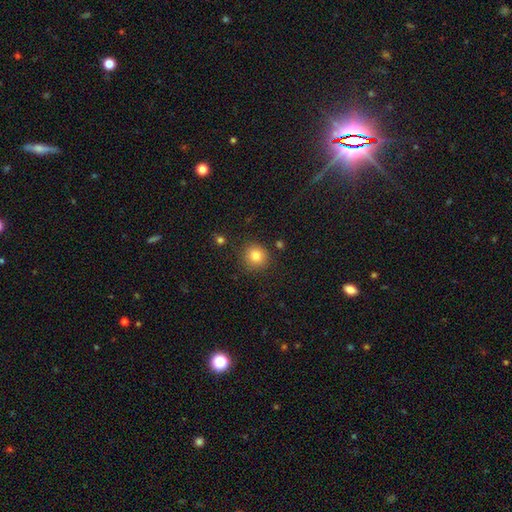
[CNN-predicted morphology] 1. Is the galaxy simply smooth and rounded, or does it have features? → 83% smooth, 11% star or artifact, 6% featured or disk.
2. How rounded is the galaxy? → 93% round, 6% in between, 1% cigar-shaped.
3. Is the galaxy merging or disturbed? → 87% none, 8% minor disturbance, 3% major disturbance, 3% merger.